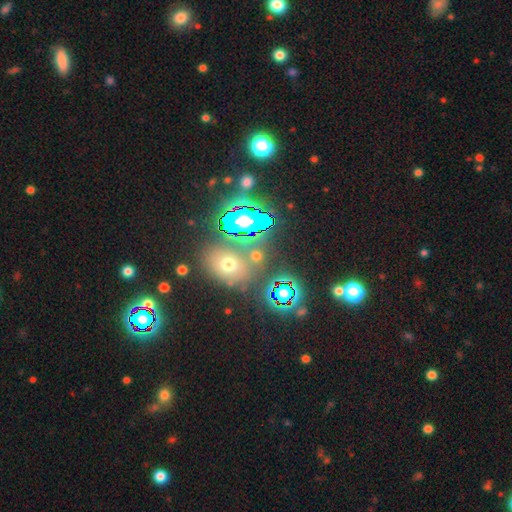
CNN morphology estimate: A smooth galaxy with no disk features (45%). Merging: none (73%).